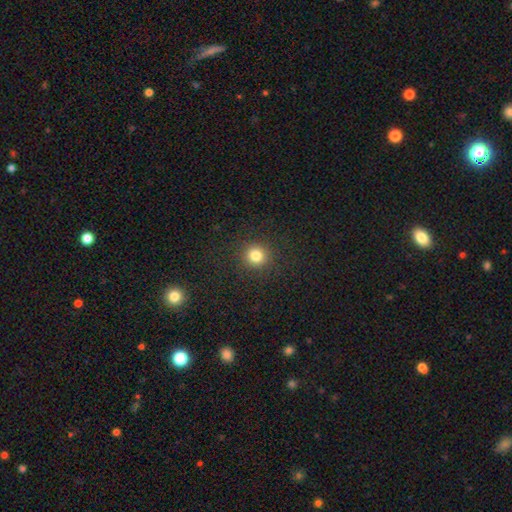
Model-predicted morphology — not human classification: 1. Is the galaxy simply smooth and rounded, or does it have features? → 81% smooth, 14% star or artifact, 5% featured or disk.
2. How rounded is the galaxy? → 93% round, 6% in between, 1% cigar-shaped.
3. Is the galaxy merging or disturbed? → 91% none, 6% minor disturbance, 2% major disturbance, 1% merger.